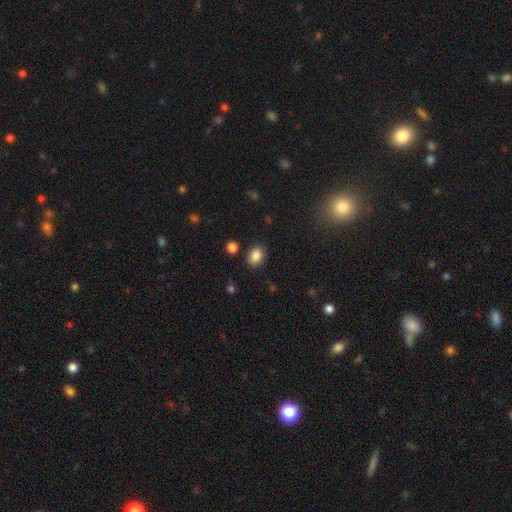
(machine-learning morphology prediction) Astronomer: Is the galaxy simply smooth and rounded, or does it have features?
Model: smooth — 86%.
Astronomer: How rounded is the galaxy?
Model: in between — 60% (runner-up: round, 39%).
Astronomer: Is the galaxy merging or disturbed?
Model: none — 85%.